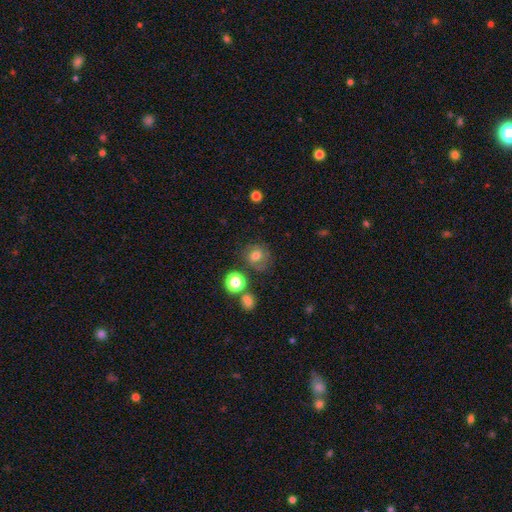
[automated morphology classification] A smooth galaxy with no disk features (67%) that is round (77%). Merging: none (69%).